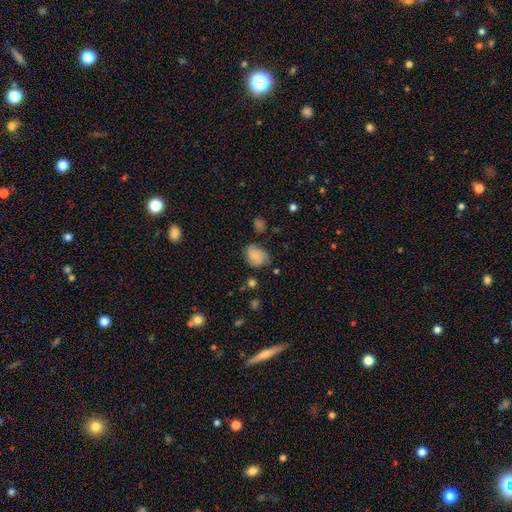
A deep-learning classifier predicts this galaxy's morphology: Smooth or featured?
  - smooth: 73% *
  - featured or disk: 18%
  - star or artifact: 9%
How rounded?
  - in between: 56% *
  - round: 43%
  - cigar-shaped: 1%
Merging?
  - none: 56% *
  - minor disturbance: 30%
  - major disturbance: 9%
  - merger: 4%